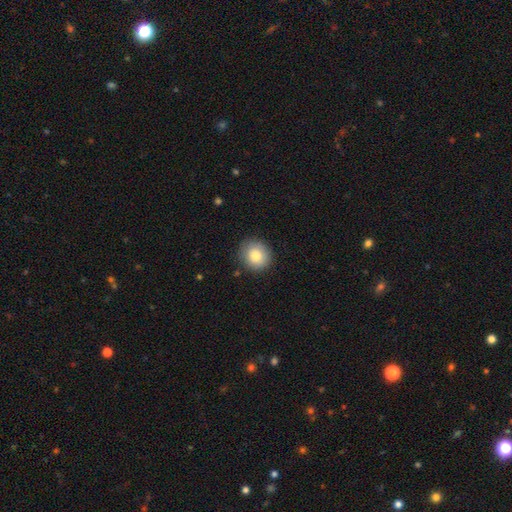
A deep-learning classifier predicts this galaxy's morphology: Smooth or featured? Predicted: smooth (p=0.81). How rounded? Predicted: round (p=0.85). Merging? Predicted: none (p=0.86).